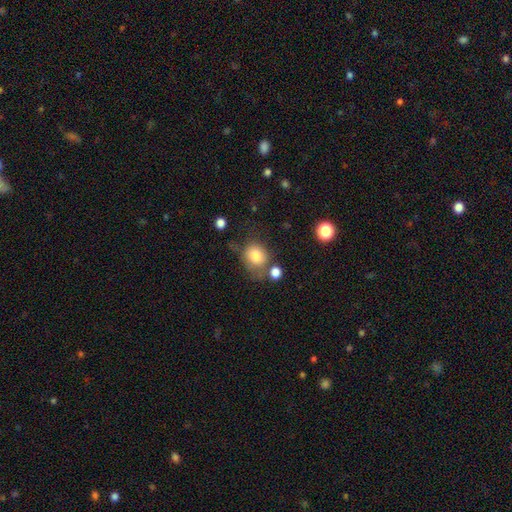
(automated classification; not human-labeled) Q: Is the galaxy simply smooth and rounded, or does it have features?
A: smooth — 81%.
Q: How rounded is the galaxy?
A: round — 65%.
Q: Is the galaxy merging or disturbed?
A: none — 52%.